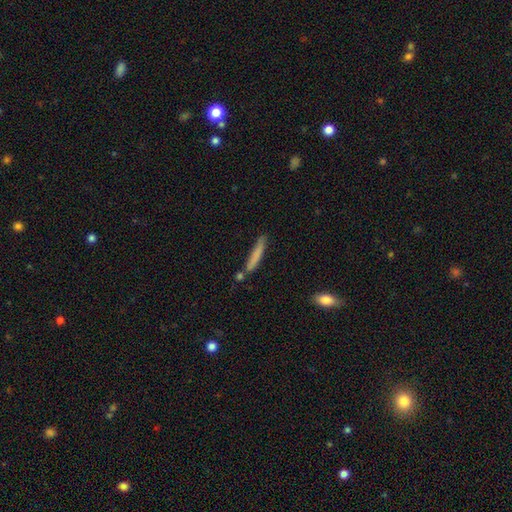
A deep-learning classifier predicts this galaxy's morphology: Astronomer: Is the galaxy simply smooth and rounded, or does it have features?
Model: smooth — 75%.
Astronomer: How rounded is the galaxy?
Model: cigar-shaped — 94%.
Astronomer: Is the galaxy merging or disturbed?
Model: none — 75%.